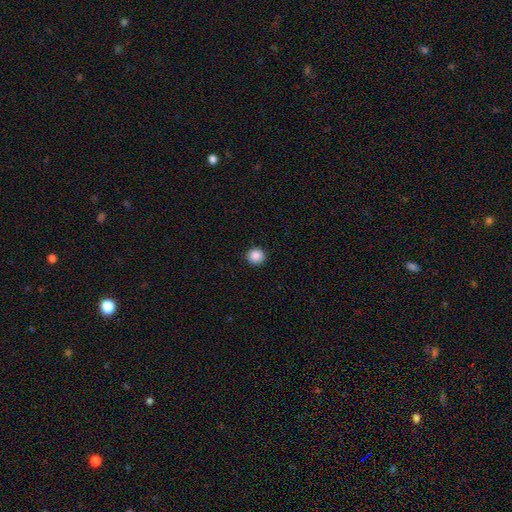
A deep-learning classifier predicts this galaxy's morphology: Smooth or featured? smooth (88%)
How rounded? round (94%)
Merging? none (92%)